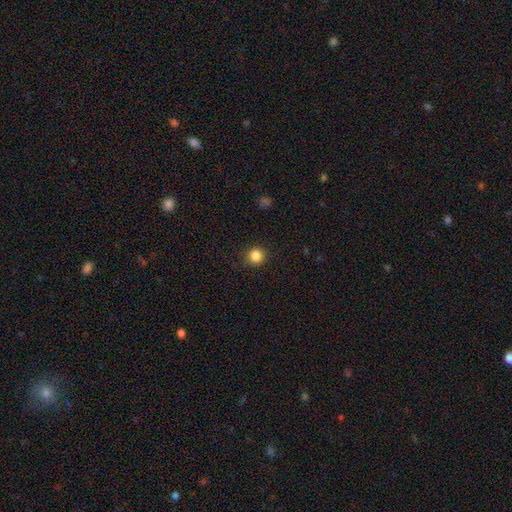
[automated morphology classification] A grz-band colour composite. It shows a smooth galaxy with no disk features (85%) that is round (92%). Merging: none (91%).